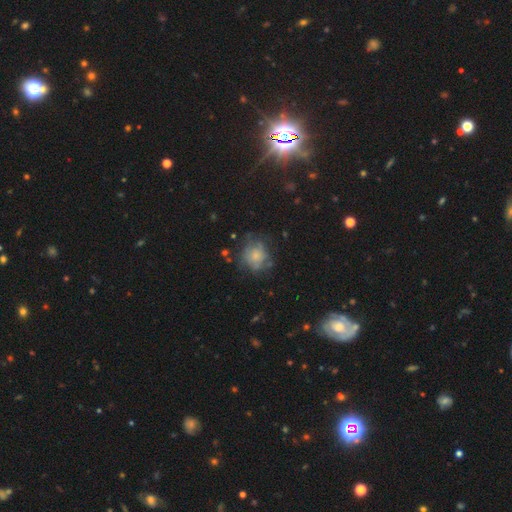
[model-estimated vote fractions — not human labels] smooth 57%, featured or disk 32%, star or artifact 11%. Down the decision tree: how rounded — round (75%); merging — none (53%).